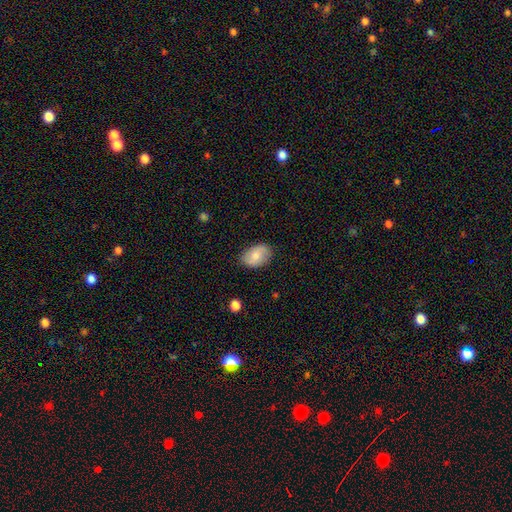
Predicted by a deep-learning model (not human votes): This is likely a smooth galaxy (70%). How rounded: clearly in between (87%). Merging: clearly none (83%).